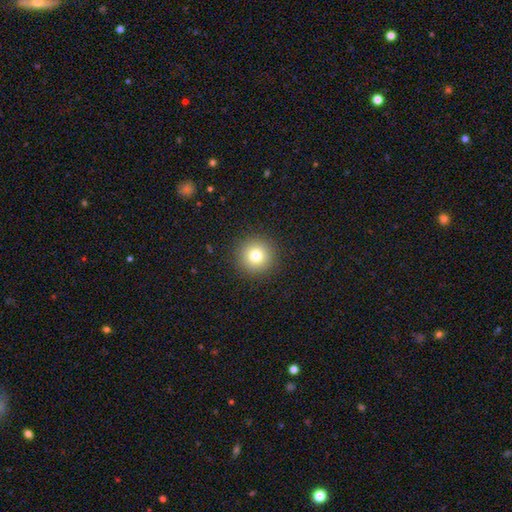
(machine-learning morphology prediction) Smooth or featured?
  - smooth: 79% *
  - star or artifact: 12%
  - featured or disk: 9%
How rounded?
  - round: 95% *
  - in between: 4%
  - cigar-shaped: 1%
Merging?
  - none: 92% *
  - minor disturbance: 5%
  - major disturbance: 2%
  - merger: 1%